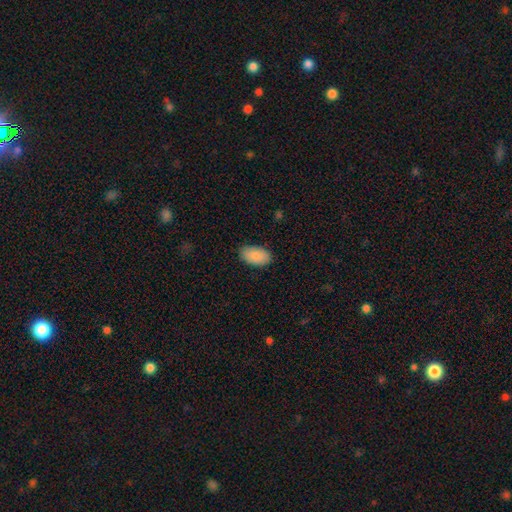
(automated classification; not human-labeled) Smooth or featured?
  - smooth: 89% *
  - star or artifact: 6%
  - featured or disk: 4%
How rounded?
  - in between: 94% *
  - round: 4%
  - cigar-shaped: 1%
Merging?
  - none: 85% *
  - minor disturbance: 11%
  - major disturbance: 2%
  - merger: 1%